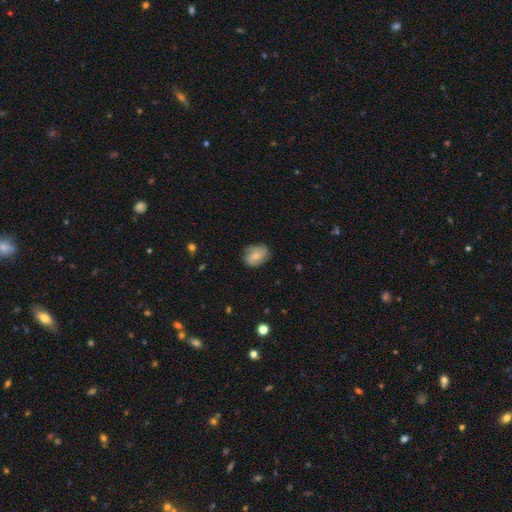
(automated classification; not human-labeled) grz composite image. It shows a smooth galaxy with no disk features (55%) that is in between round and cigar-shaped (64%). Merging: none (72%).